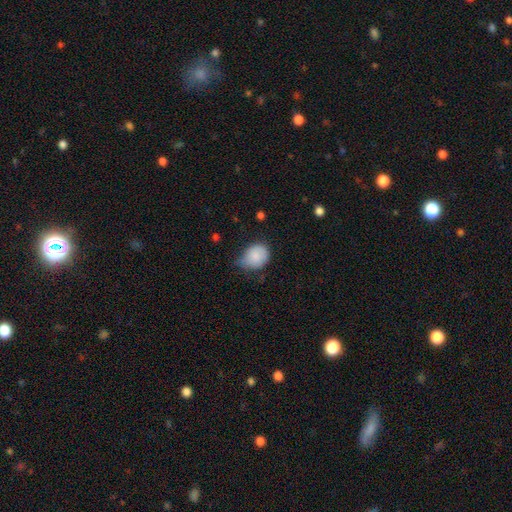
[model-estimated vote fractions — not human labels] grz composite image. It shows a smooth galaxy with no disk features (83%) that is round (50%). Merging: minor disturbance (44%).